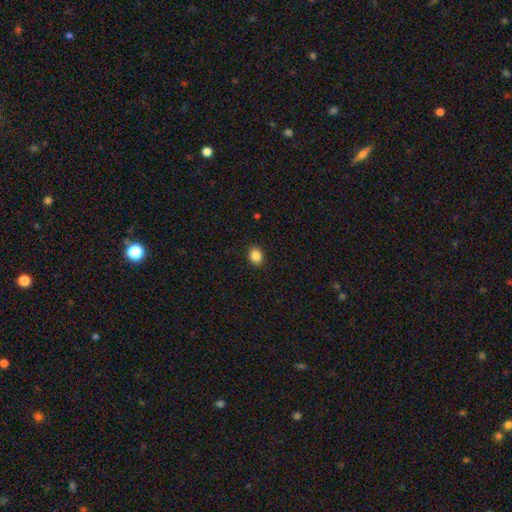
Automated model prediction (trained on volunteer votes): smooth 86%, star or artifact 10%, featured or disk 4%. Down the decision tree: how rounded — in between (51%); merging — none (90%).